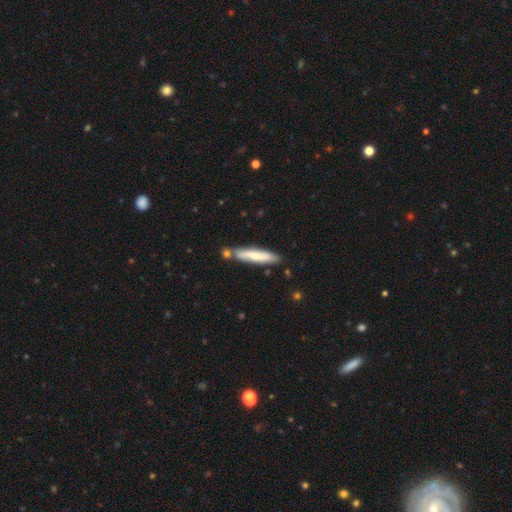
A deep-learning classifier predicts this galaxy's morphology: This appears to be a smooth galaxy with no disk features (64%) that is cigar-shaped (87%). Merging: none (73%).